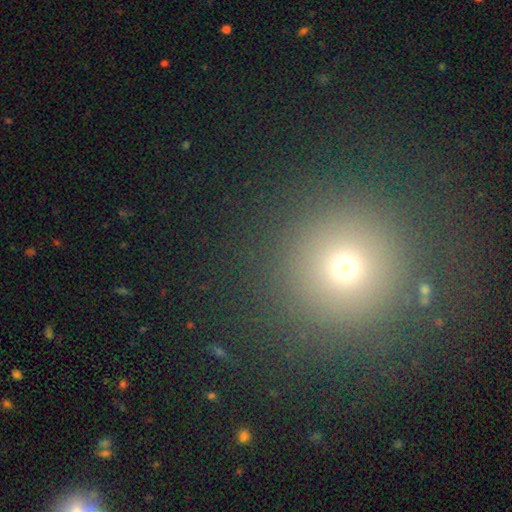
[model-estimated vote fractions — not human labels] Smooth or featured? Predicted: smooth (p=0.62). How rounded? Predicted: round (p=0.95). Merging? Predicted: none (p=0.89).